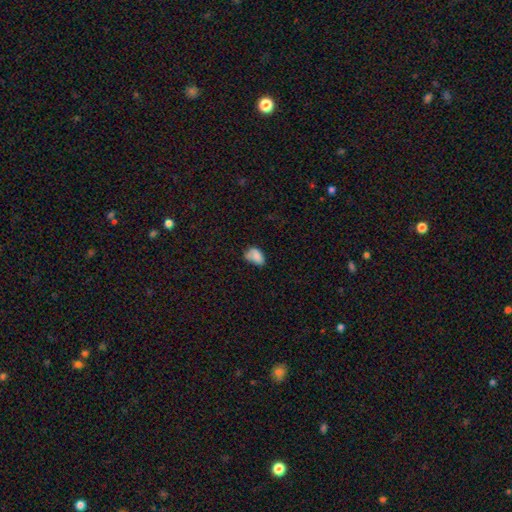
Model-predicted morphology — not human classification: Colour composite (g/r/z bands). It shows a smooth galaxy with no disk features (81%) that is in between round and cigar-shaped (87%). Merging: none (43%).